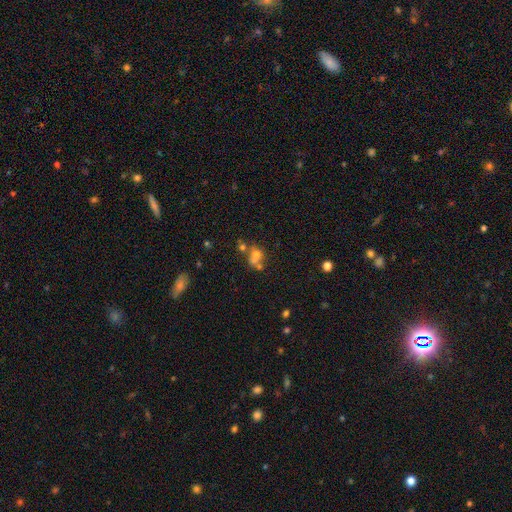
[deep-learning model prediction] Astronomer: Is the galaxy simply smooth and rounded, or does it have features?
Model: smooth — 58%.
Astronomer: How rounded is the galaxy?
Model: round — 64%.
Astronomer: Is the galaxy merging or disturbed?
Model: merger — 48% (runner-up: none, 34%).